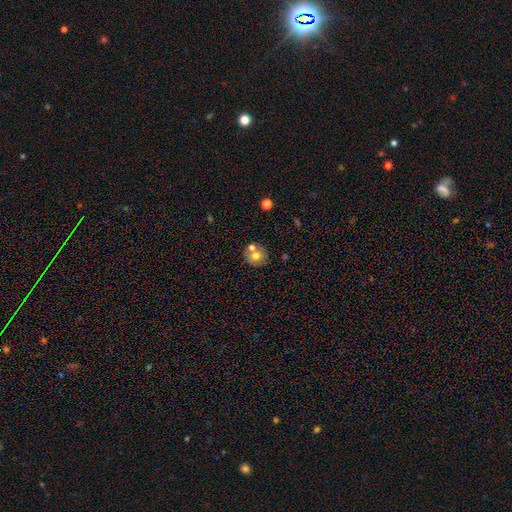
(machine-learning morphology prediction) Overall: smooth (68%). How rounded: round (85%). Merging: none (58%; merger 29%).